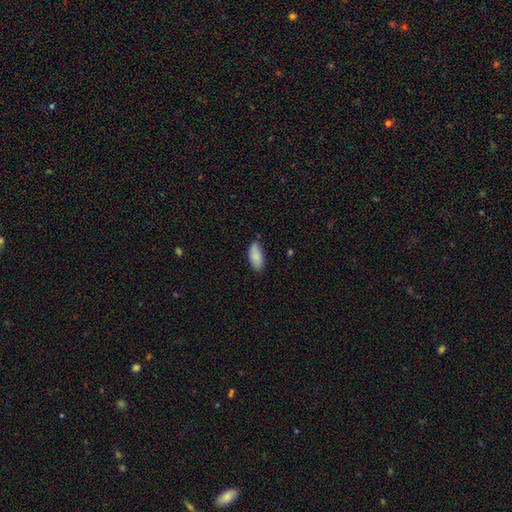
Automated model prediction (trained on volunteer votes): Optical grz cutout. It shows a smooth galaxy with no disk features (86%) that is in between round and cigar-shaped (87%). Merging: none (74%).